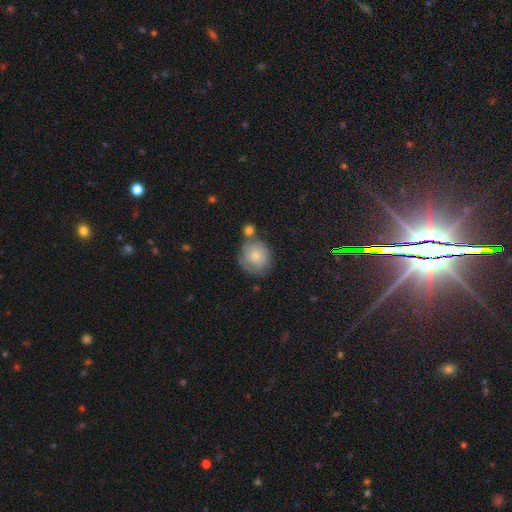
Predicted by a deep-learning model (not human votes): Smooth or featured? Predicted: smooth (p=0.74). How rounded? Predicted: round (p=0.82). Merging? Predicted: none (p=0.49).